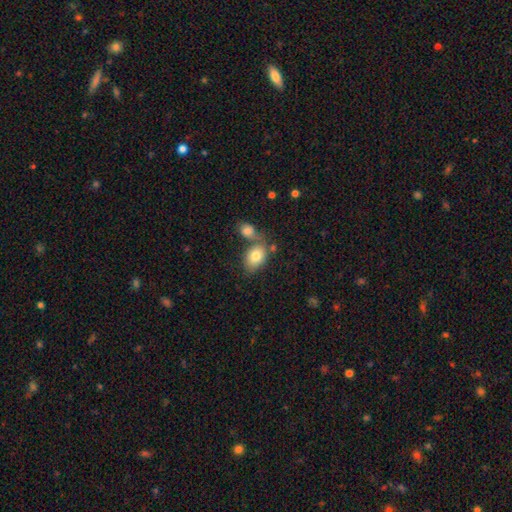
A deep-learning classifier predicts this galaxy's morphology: The model was most divided on "merging": none: 50%, merger: 31%, minor disturbance: 14%, major disturbance: 5%. More confident: how rounded — in between (81%); smooth or featured — smooth (80%).